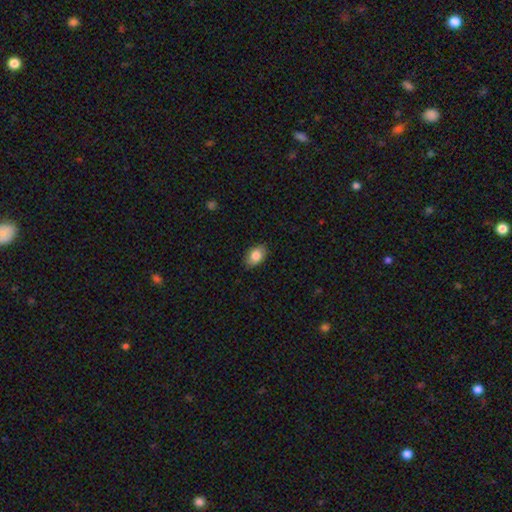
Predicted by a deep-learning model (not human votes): This is clearly a smooth galaxy (84%). How rounded: clearly in between (85%). Merging: clearly none (85%).